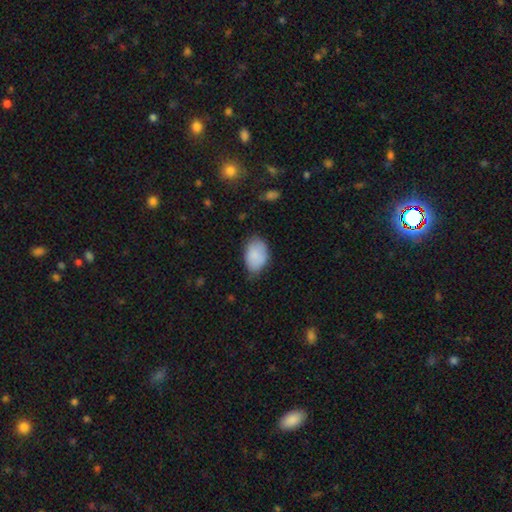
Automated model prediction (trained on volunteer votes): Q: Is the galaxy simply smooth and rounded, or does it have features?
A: smooth — 86%.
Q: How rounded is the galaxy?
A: in between — 88%.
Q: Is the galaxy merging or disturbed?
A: none — 61%.